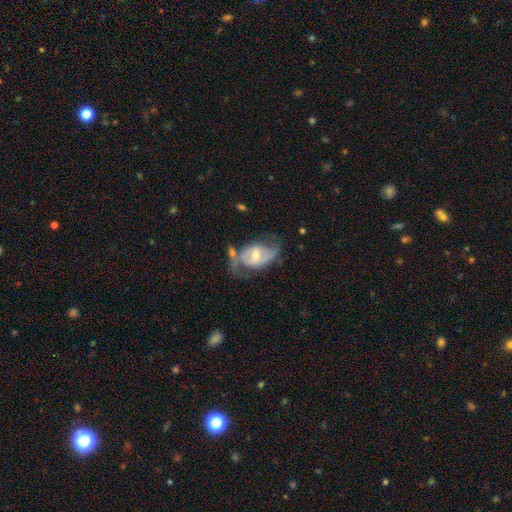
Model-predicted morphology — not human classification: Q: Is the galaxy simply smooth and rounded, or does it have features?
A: featured or disk — 80%.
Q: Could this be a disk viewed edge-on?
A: no — 96%.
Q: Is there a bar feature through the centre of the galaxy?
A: weak — 43%.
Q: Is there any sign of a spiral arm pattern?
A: yes — 89%.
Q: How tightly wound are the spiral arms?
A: medium — 45%.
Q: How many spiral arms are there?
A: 2 — 84%.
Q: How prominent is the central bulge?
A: moderate — 53%.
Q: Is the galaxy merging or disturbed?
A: none — 50%.